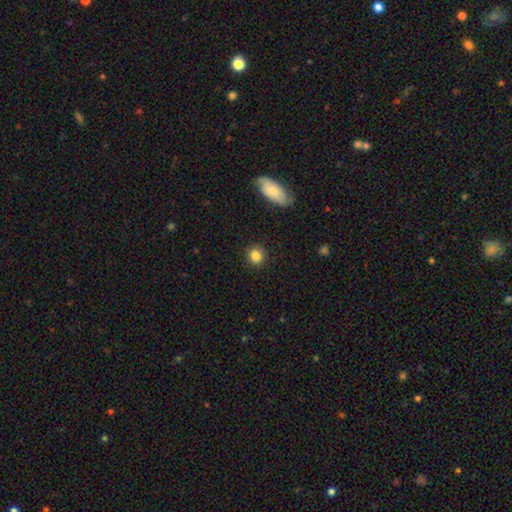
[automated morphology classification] The model was most divided on "smooth or featured": smooth: 85%, star or artifact: 10%, featured or disk: 5%. More confident: merging — none (89%); how rounded — round (87%).